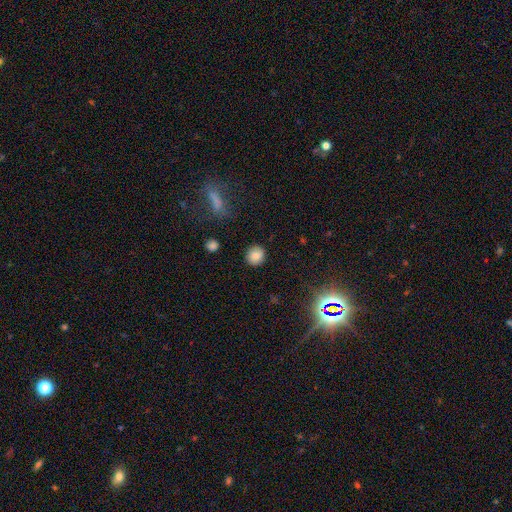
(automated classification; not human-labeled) Overall: smooth (82%). How rounded: round (84%). Merging: none (87%).